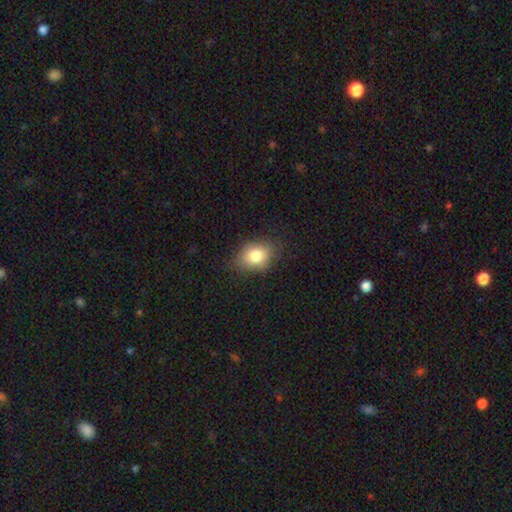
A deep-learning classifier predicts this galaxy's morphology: Smooth or featured?
  - smooth: 81% *
  - star or artifact: 10%
  - featured or disk: 10%
How rounded?
  - in between: 64% *
  - round: 35%
  - cigar-shaped: 1%
Merging?
  - none: 76% *
  - minor disturbance: 18%
  - major disturbance: 5%
  - merger: 1%